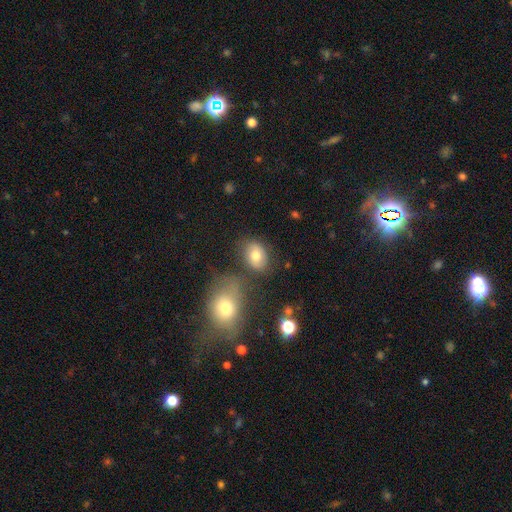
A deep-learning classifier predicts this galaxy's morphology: This appears to be a smooth galaxy with no disk features (73%) that is in between round and cigar-shaped (65%). Merging: none (73%).